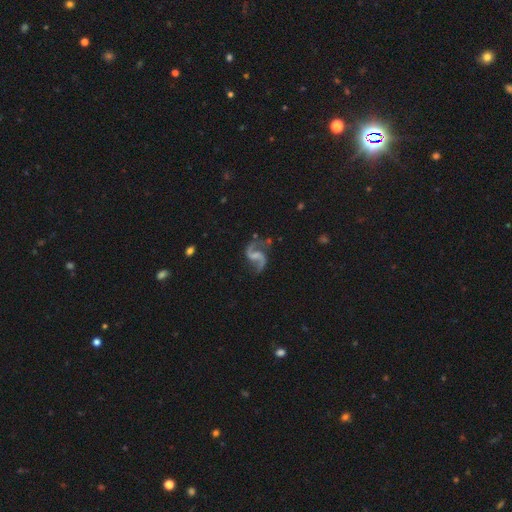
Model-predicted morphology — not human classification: This is clearly a featured or disk galaxy (91%). It is clearly not viewed edge-on (98%). Bar: possibly weak (48%). Spiral arm pattern: clearly yes (97%). Spiral arm count: clearly 2 (93%). Spiral winding: likely loose (66%). Central bulge: possibly none (56%). Merging: likely none (71%).